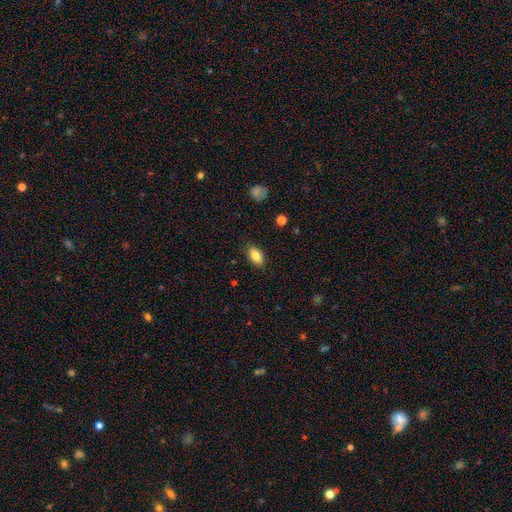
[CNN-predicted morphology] The model was most divided on "merging": none: 86%, minor disturbance: 10%, major disturbance: 2%, merger: 1%. More confident: how rounded — in between (90%); smooth or featured — smooth (85%).